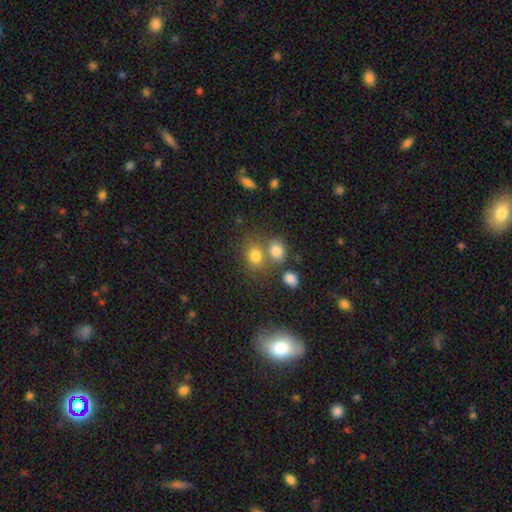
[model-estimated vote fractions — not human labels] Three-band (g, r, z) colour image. It shows a smooth galaxy with no disk features (76%) that is round (56%). Merging: none (48%).